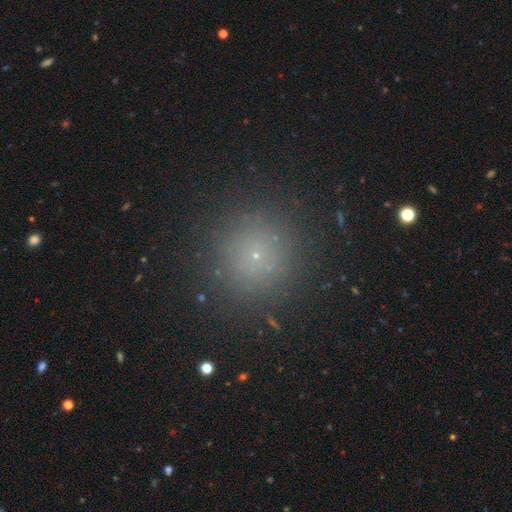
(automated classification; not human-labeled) Smooth or featured: smooth — 66% (star or artifact — 25%)
How rounded: round — 96% (in between — 3%)
Merging: none — 90% (minor disturbance — 6%)